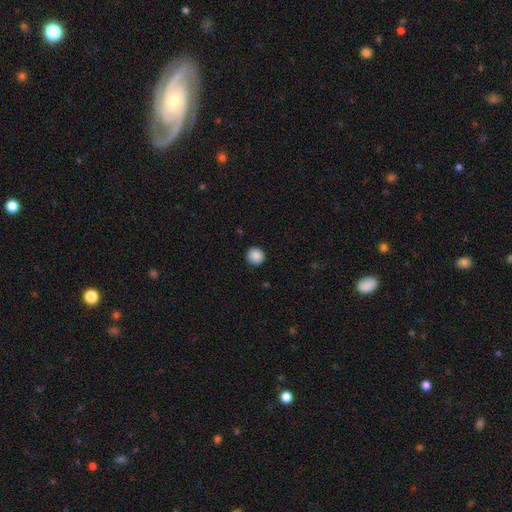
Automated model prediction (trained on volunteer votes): Morphology: type=smooth (88%); roundness=round (91%); merging=none (89%).